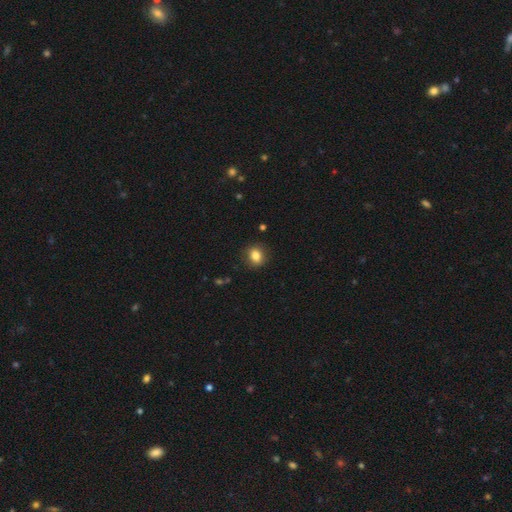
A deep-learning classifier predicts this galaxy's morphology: This is clearly a smooth galaxy (83%). How rounded: likely round (66%). Merging: clearly none (87%).